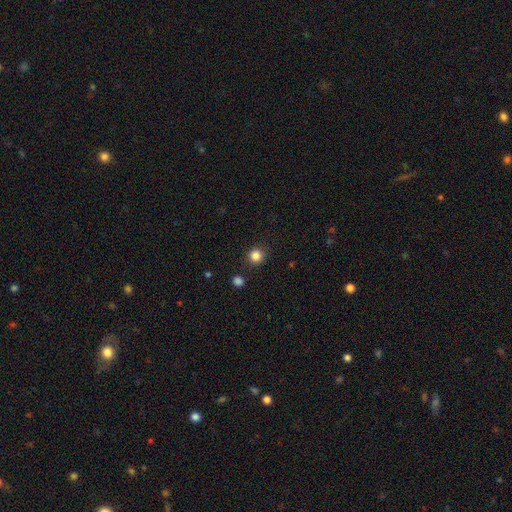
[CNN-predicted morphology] Smooth or featured? Predicted: smooth (p=0.85). How rounded? Predicted: round (p=0.93). Merging? Predicted: none (p=0.89).